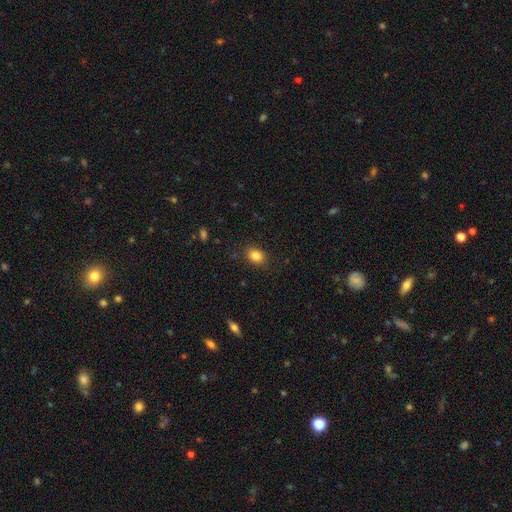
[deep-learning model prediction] A smooth galaxy with no disk features (84%) that is in between round and cigar-shaped (58%).

Vote fractions:
- Smooth or featured? smooth: 84% / star or artifact: 10% / featured or disk: 5%
- How rounded? in between: 58% / round: 41% / cigar-shaped: 1%
- Merging? none: 86% / minor disturbance: 10% / major disturbance: 3% / merger: 1%